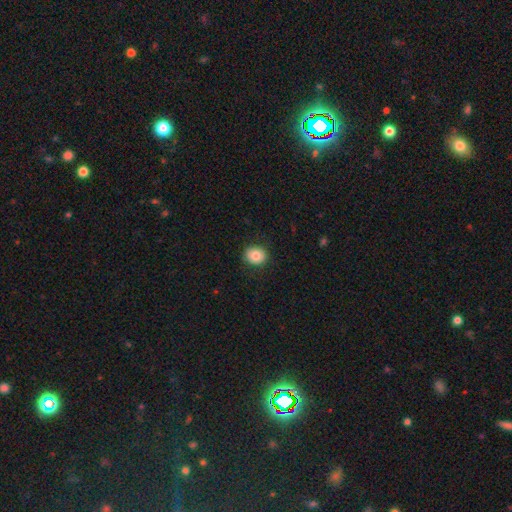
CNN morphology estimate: Smooth or featured?
  - smooth: 84% *
  - star or artifact: 9%
  - featured or disk: 8%
How rounded?
  - round: 72% *
  - in between: 27%
  - cigar-shaped: 1%
Merging?
  - none: 88% *
  - minor disturbance: 9%
  - major disturbance: 2%
  - merger: 1%